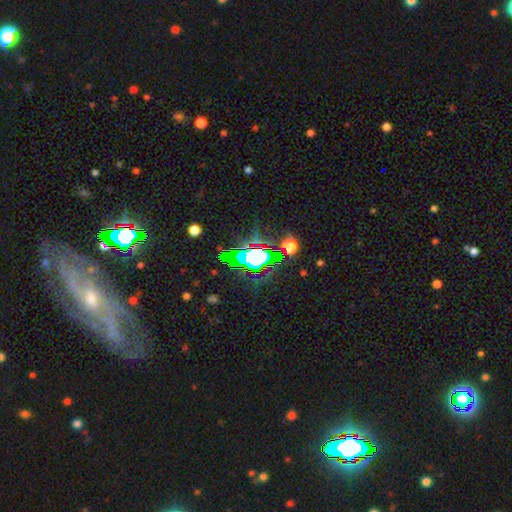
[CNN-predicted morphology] smooth_or_featured: star or artifact (p=0.60) [alt: smooth p=0.23]